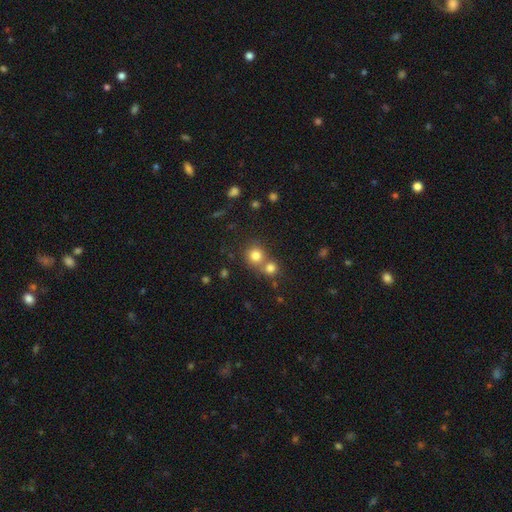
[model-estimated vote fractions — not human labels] Smooth or featured? Predicted: smooth (p=0.79). How rounded? Predicted: round (p=0.89). Merging? Predicted: none (p=0.50).